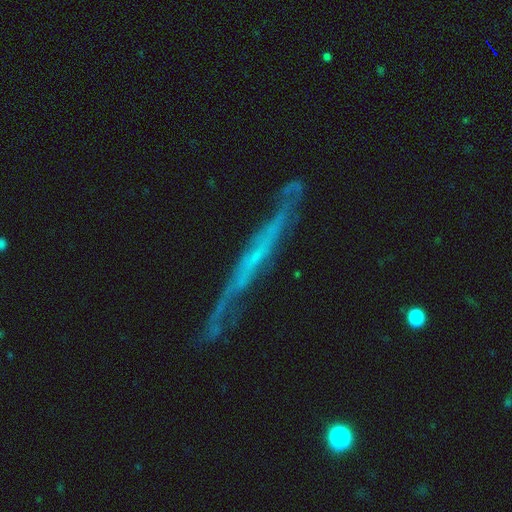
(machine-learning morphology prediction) Overall: featured or disk (67%). Edge-on disk: yes (85%). Edge-on bulge: none (82%). Merging: none (72%).